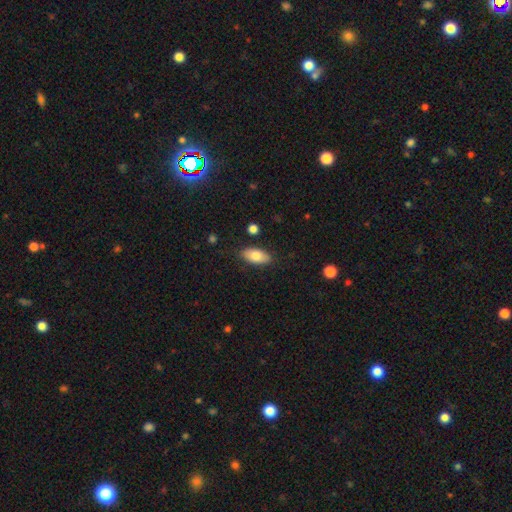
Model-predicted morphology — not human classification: A smooth galaxy with no disk features (80%) that is in between round and cigar-shaped (90%). Merging: none (84%).